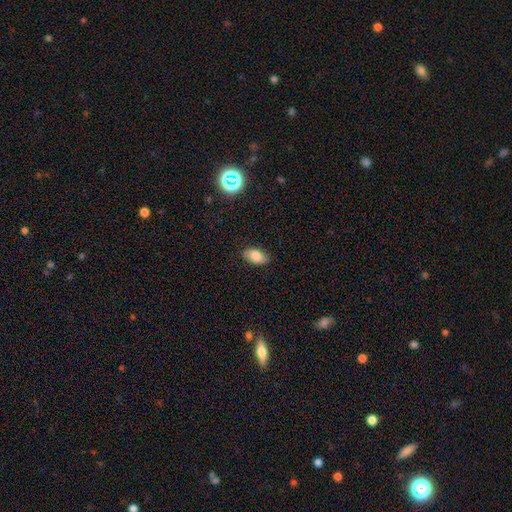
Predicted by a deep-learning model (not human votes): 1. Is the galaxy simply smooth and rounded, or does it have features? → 83% smooth, 9% featured or disk, 9% star or artifact.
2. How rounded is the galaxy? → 92% in between, 5% round, 3% cigar-shaped.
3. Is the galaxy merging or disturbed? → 85% none, 11% minor disturbance, 2% major disturbance, 1% merger.